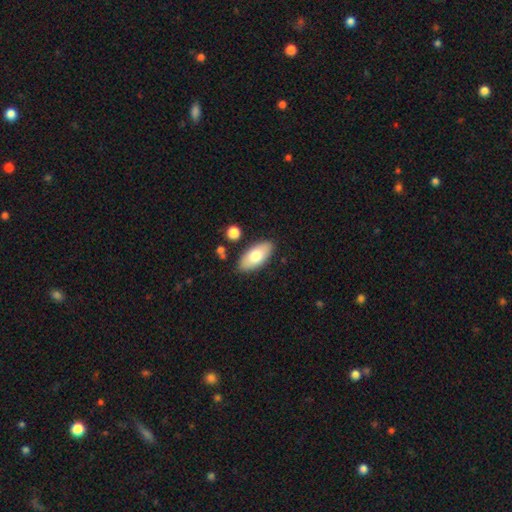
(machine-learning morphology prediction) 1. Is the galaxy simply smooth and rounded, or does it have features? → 76% smooth, 18% featured or disk, 6% star or artifact.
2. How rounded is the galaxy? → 91% in between, 7% cigar-shaped, 2% round.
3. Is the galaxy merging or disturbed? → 85% none, 10% minor disturbance, 3% merger, 2% major disturbance.